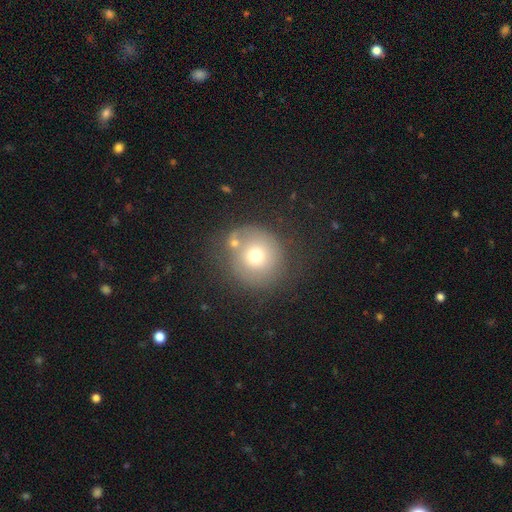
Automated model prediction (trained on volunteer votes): This is likely a smooth galaxy (66%). How rounded: clearly round (91%). Merging: likely none (61%).